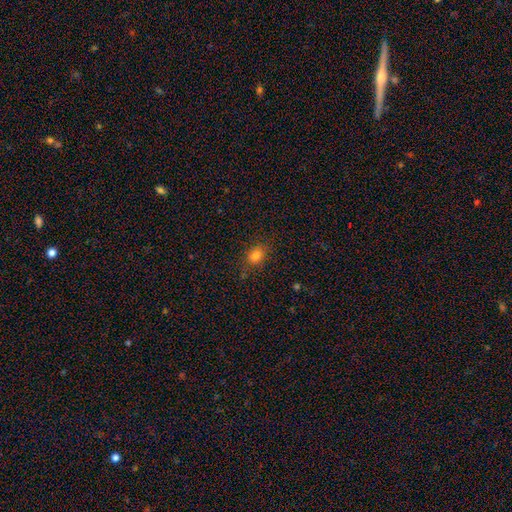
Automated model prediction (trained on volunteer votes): Q: Smooth or featured?
A: smooth (79%); runner-up: star or artifact (14%)
Q: How rounded?
A: in between (56%); runner-up: round (43%)
Q: Merging?
A: none (80%); runner-up: minor disturbance (14%)